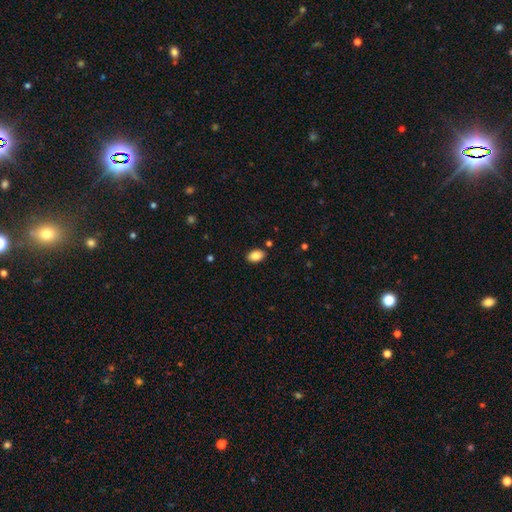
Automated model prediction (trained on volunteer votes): The model was most divided on "how rounded": in between: 87%, round: 12%, cigar-shaped: 1%. More confident: merging — none (86%); smooth or featured — smooth (86%).